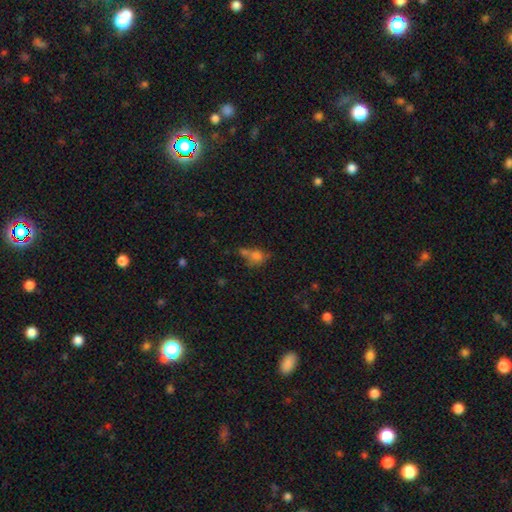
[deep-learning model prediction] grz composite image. It shows a smooth galaxy with no disk features (66%) that is round (58%). Merging: none (42%).